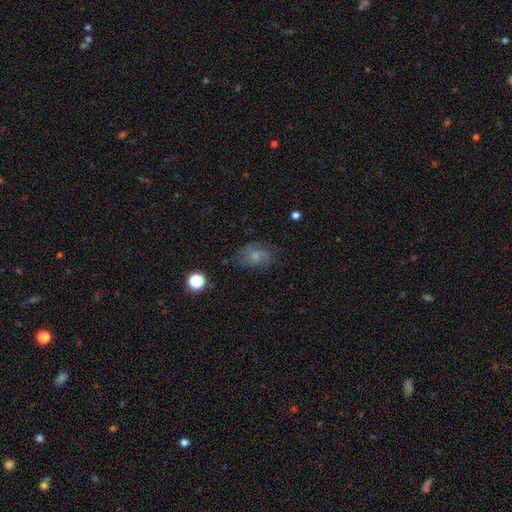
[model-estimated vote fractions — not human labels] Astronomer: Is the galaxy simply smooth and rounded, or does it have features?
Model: smooth — 58%.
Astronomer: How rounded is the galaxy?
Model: in between — 74%.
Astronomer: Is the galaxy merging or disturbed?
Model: none — 57%.